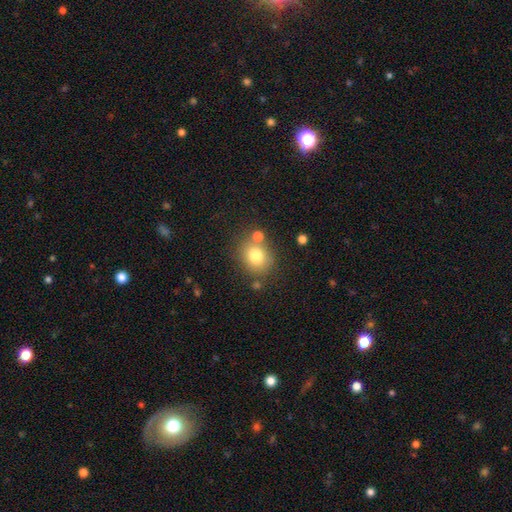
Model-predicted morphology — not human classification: Smooth or featured? smooth (77%)
How rounded? round (69%)
Merging? none (71%)